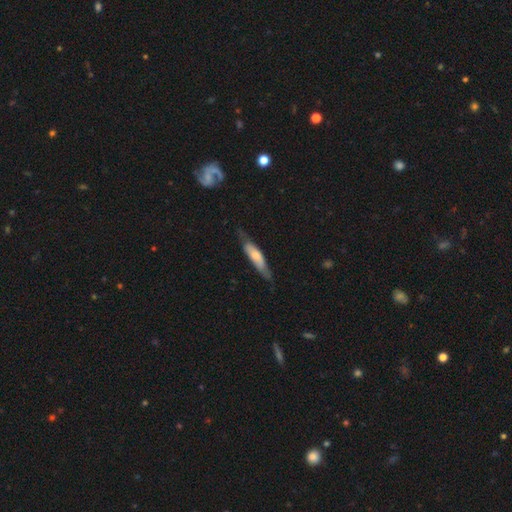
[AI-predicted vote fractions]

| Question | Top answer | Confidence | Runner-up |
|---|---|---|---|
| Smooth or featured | smooth | 59% | featured or disk (36%) |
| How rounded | cigar-shaped | 70% | in between (29%) |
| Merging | none | 62% | minor disturbance (28%) |